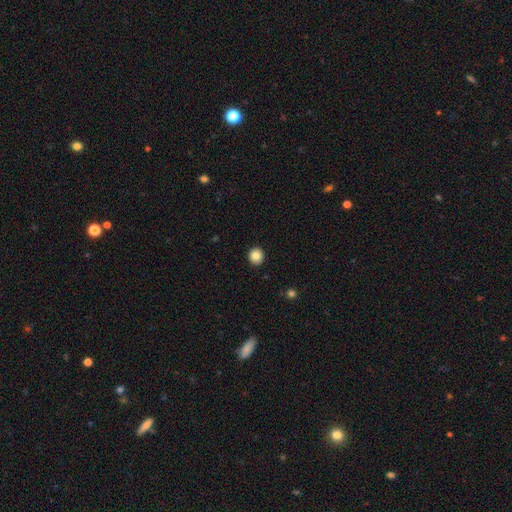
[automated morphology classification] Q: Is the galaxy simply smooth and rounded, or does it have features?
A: smooth — 85%.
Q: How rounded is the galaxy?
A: round — 87%.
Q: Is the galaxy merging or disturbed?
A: none — 92%.